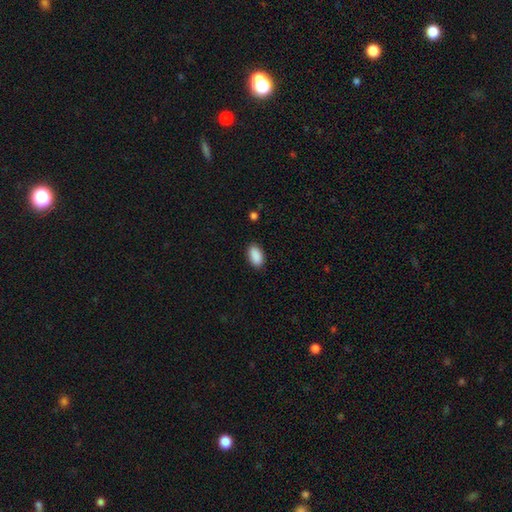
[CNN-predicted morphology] The model was most divided on "merging": none: 87%, minor disturbance: 9%, major disturbance: 2%, merger: 1%. More confident: how rounded — in between (94%); smooth or featured — smooth (90%).